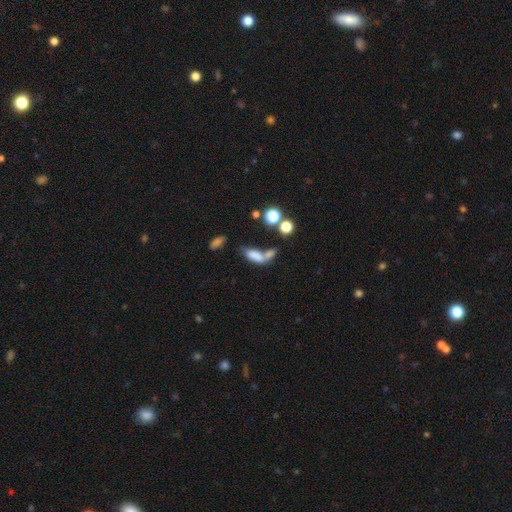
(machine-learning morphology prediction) smooth-or-featured: smooth: 72% | featured or disk: 15% | star or artifact: 13%
  how-rounded: in between: 73% | cigar-shaped: 20% | round: 7%
  merging: merger: 50% | none: 26% | minor disturbance: 12% | major disturbance: 11%